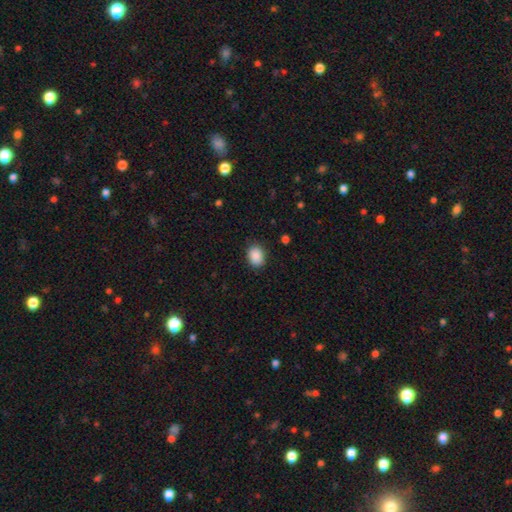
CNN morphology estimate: smooth 90%, star or artifact 8%, featured or disk 3%. Down the decision tree: how rounded — in between (68%); merging — none (87%).